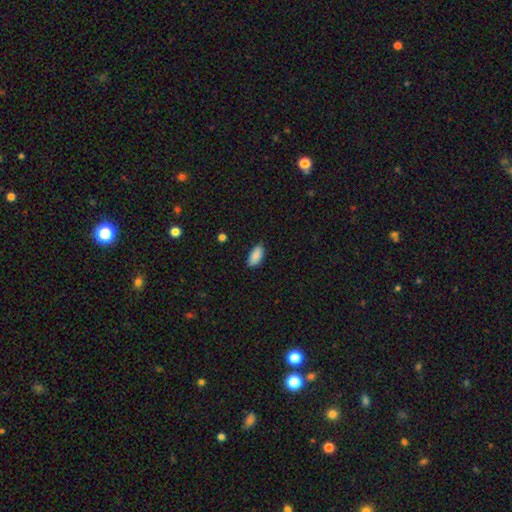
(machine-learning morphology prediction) A smooth galaxy with no disk features (88%) that is in between round and cigar-shaped (92%).

Vote fractions:
- Smooth or featured? smooth: 88% / star or artifact: 7% / featured or disk: 6%
- How rounded? in between: 92% / cigar-shaped: 6% / round: 2%
- Merging? none: 79% / minor disturbance: 18% / major disturbance: 2% / merger: 1%